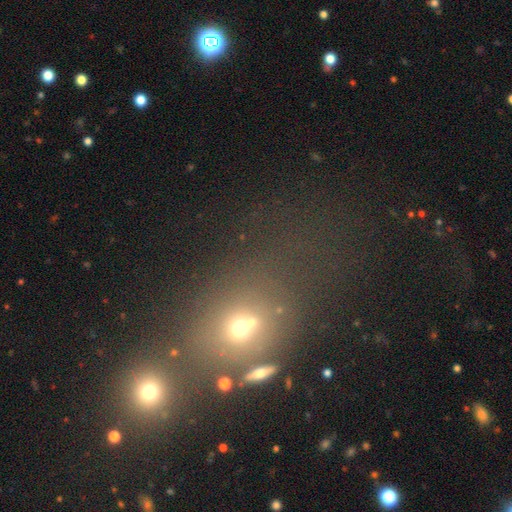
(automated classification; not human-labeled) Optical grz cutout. It shows a smooth galaxy with no disk features (44%). Merging: none (41%).